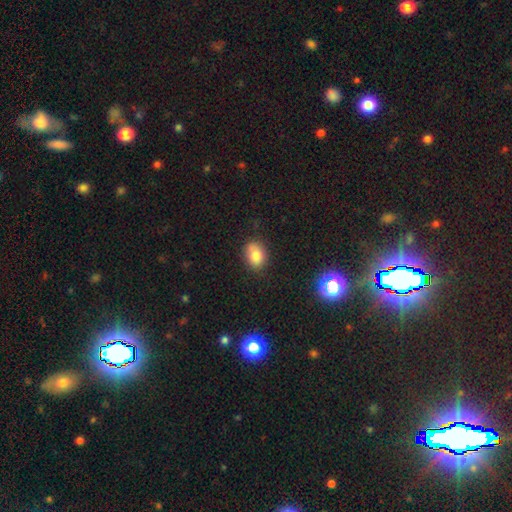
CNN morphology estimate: type=smooth (79%); roundness=in between (58%); merging=none (63%).